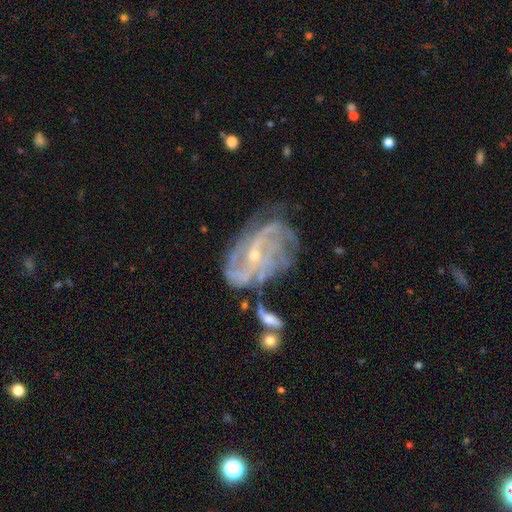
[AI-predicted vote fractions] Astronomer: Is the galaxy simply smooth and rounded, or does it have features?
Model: featured or disk — 86%.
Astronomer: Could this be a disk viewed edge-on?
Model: no — 96%.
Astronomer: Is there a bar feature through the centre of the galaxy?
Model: no — 52% (runner-up: weak, 35%).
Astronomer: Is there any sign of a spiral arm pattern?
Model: yes — 92%.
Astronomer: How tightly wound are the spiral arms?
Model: tight — 43% (runner-up: medium, 38%).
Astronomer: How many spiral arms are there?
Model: can't tell — 32% (runner-up: 4, 19%).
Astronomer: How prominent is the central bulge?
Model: small — 77%.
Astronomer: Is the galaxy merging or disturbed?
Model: none — 50%.